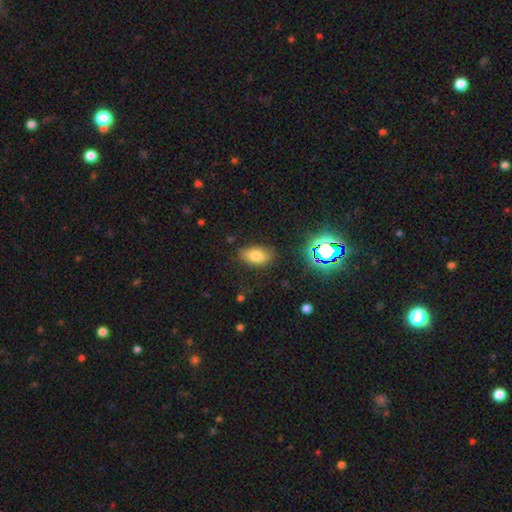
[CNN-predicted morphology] smooth 76%, star or artifact 14%, featured or disk 10%. Down the decision tree: how rounded — in between (89%); merging — none (80%).